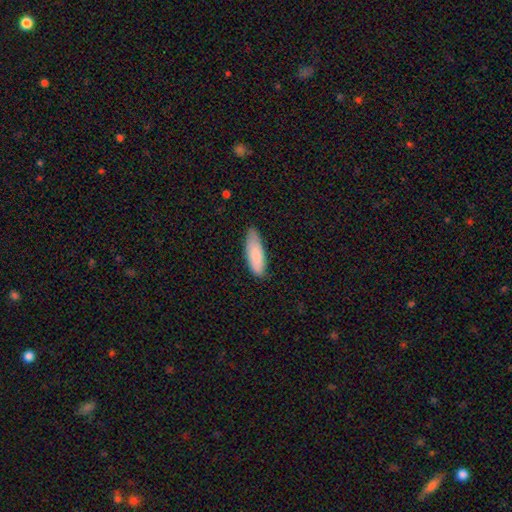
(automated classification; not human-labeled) This is clearly a smooth galaxy (85%). How rounded: possibly in between (58%). Merging: likely none (71%).